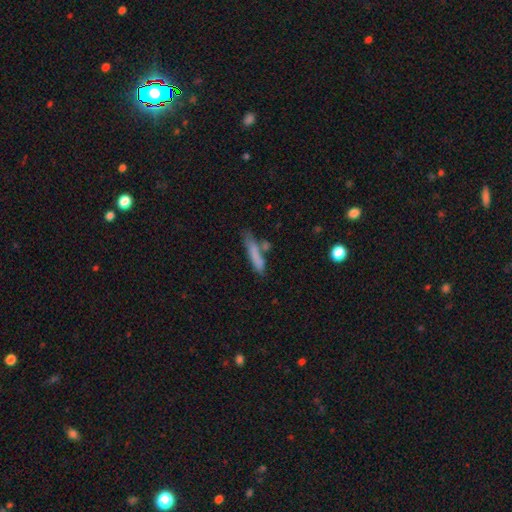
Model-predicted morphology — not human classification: Overall: smooth (76%). How rounded: cigar-shaped (85%). Merging: none (61%).